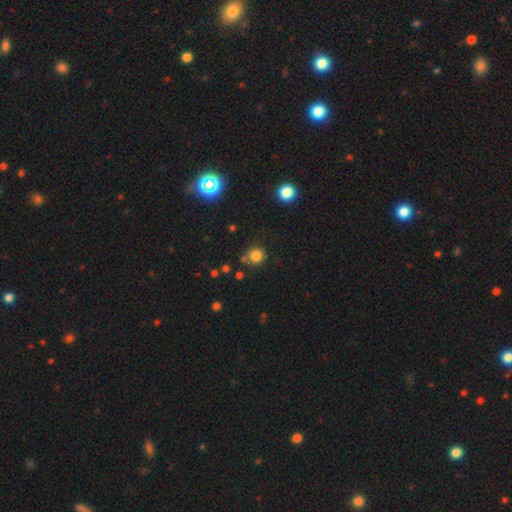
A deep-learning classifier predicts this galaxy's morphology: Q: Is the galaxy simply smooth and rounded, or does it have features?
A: smooth — 80%.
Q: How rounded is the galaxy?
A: round — 92%.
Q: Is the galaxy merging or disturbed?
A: none — 79%.